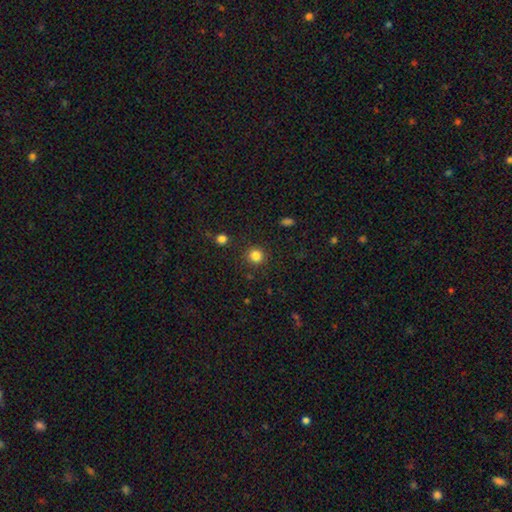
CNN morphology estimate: A smooth galaxy with no disk features (83%) that is round (92%).

Vote fractions:
- Smooth or featured? smooth: 83% / star or artifact: 12% / featured or disk: 4%
- How rounded? round: 92% / in between: 7% / cigar-shaped: 1%
- Merging? none: 88% / minor disturbance: 7% / major disturbance: 3% / merger: 2%